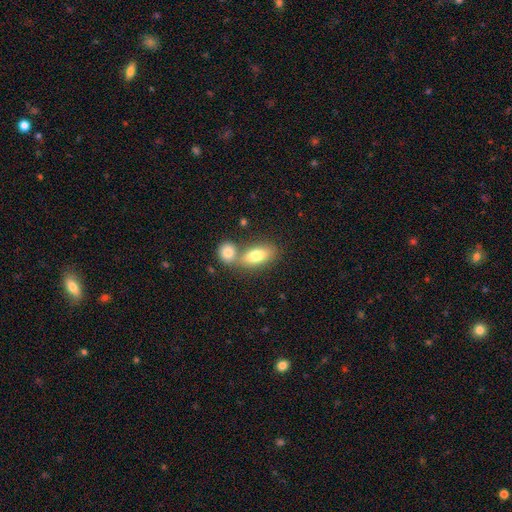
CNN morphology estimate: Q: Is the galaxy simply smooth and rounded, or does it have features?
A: smooth — 78%.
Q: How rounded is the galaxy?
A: in between — 84%.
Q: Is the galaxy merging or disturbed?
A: merger — 46%.